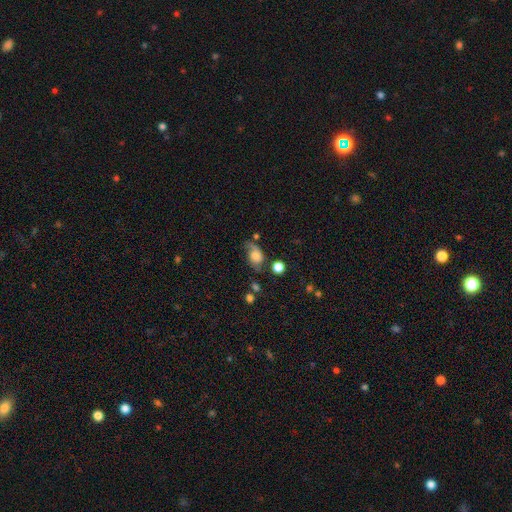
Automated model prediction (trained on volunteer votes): Smooth or featured? Predicted: featured or disk (p=0.45). Merging? Predicted: none (p=0.43).